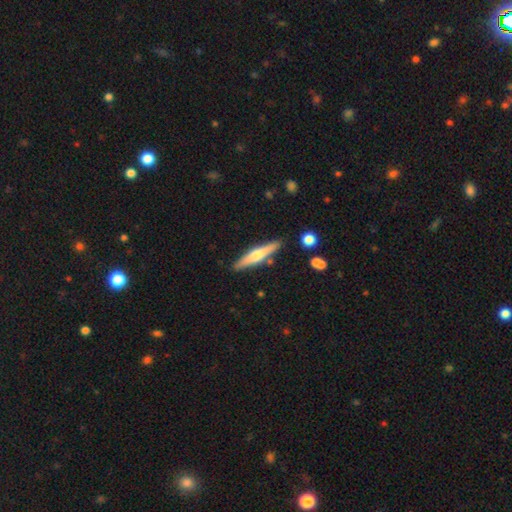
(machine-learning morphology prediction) A featured or disk galaxy (59%) viewed edge-on (97%) with a rounded central bulge (84%). Merging: none (88%).